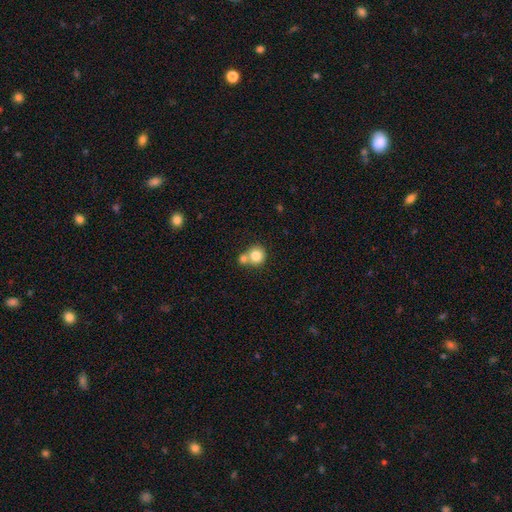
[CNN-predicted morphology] Smooth or featured: smooth — 81% (star or artifact — 9%)
How rounded: round — 88% (in between — 11%)
Merging: none — 46% (merger — 44%)